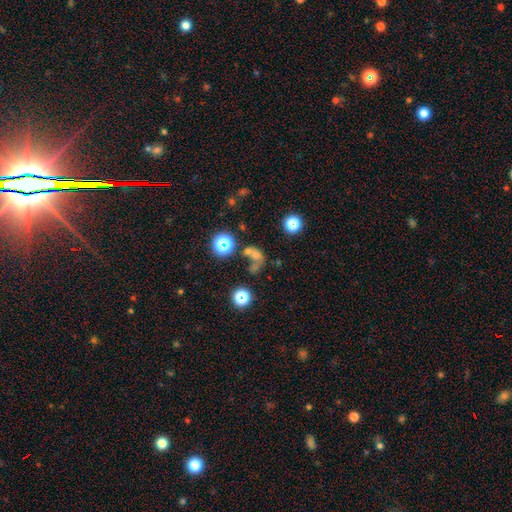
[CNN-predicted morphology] smooth-or-featured: smooth: 51% | star or artifact: 30% | featured or disk: 19%
  how-rounded: round: 52% | in between: 45% | cigar-shaped: 3%
  merging: merger: 47% | none: 28% | major disturbance: 15% | minor disturbance: 10%